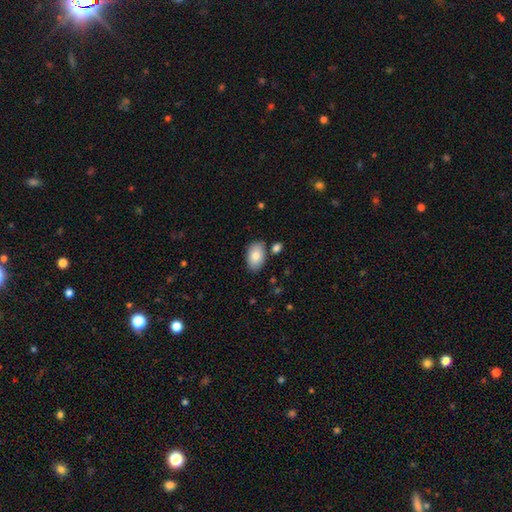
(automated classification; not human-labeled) Morphology: type=smooth (84%); roundness=in between (92%); merging=none (80%).